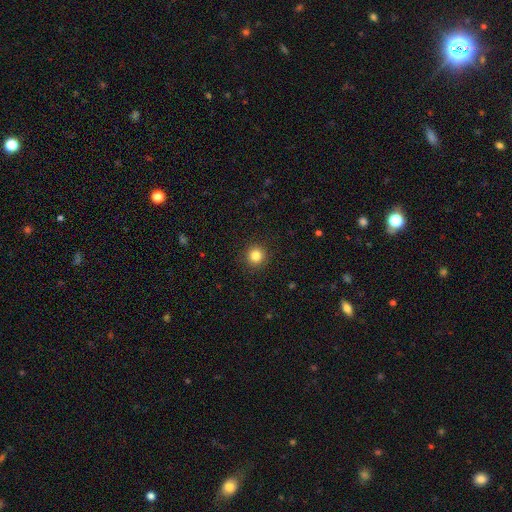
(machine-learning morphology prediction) Smooth or featured: smooth — 84% (star or artifact — 12%)
How rounded: round — 95% (in between — 5%)
Merging: none — 92% (minor disturbance — 5%)